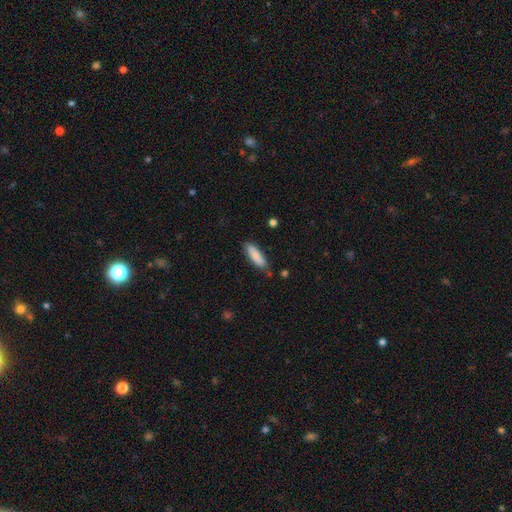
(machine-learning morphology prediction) Smooth or featured? Predicted: smooth (p=0.82). How rounded? Predicted: cigar-shaped (p=0.54). Merging? Predicted: none (p=0.78).